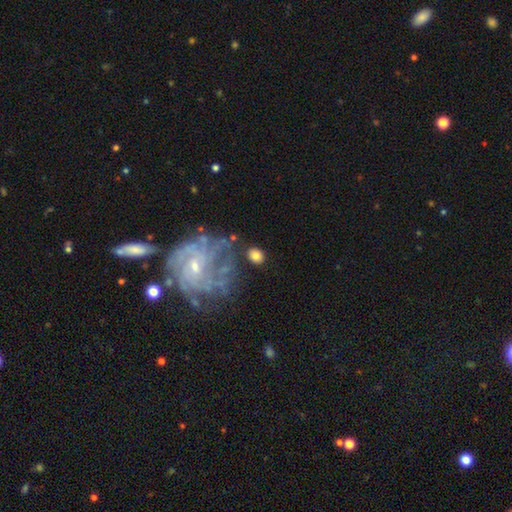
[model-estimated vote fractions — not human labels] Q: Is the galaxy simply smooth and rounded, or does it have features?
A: smooth — 73%.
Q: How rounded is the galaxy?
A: in between — 51%.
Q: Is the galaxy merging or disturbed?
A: none — 77%.